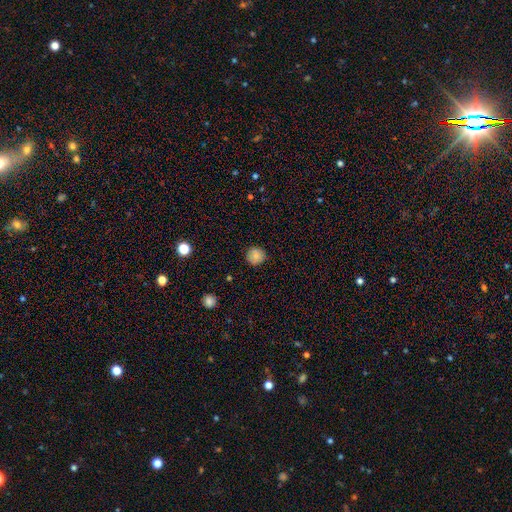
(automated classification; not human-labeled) smooth_or_featured: smooth (p=0.84) [alt: star or artifact p=0.10]
how_rounded: round (p=0.93) [alt: in between p=0.06]
merging: none (p=0.88) [alt: minor disturbance p=0.09]